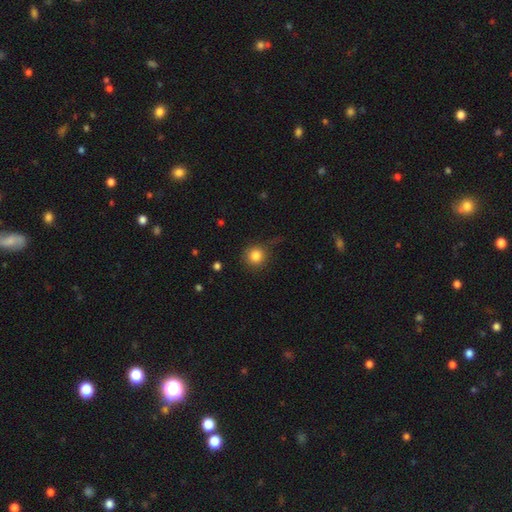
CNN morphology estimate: Overall: smooth (84%). How rounded: round (93%). Merging: none (79%).